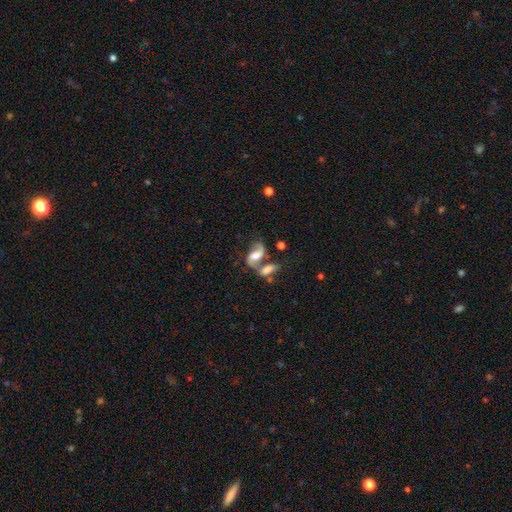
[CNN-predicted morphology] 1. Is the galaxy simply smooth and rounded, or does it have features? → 71% featured or disk, 21% smooth, 8% star or artifact.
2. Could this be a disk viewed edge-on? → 96% no, 4% yes.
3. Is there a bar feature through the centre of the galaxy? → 49% no, 36% weak, 14% strong.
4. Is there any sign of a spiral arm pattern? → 91% yes, 9% no.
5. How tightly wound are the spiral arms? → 54% loose, 37% medium, 9% tight.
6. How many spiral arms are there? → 87% 2, 6% 1, 4% can't tell, 1% 3, 1% 4, 1% more than 4.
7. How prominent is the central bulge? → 48% moderate, 25% large, 16% small, 8% none, 3% dominant.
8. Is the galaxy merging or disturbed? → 51% merger, 29% none, 11% minor disturbance, 10% major disturbance.